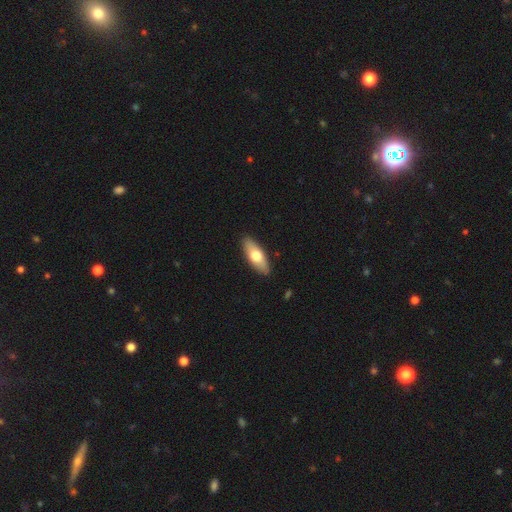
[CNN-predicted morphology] Q: Smooth or featured?
A: smooth (66%); runner-up: featured or disk (29%)
Q: How rounded?
A: in between (71%); runner-up: cigar-shaped (27%)
Q: Merging?
A: none (89%); runner-up: minor disturbance (8%)